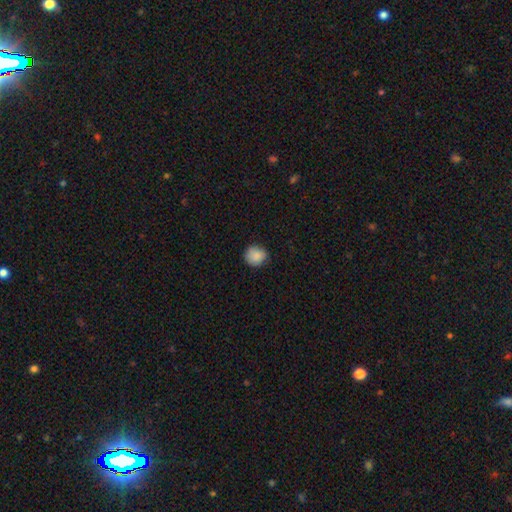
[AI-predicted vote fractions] smooth_or_featured: smooth (p=0.88) [alt: star or artifact p=0.08]
how_rounded: round (p=0.89) [alt: in between p=0.11]
merging: none (p=0.84) [alt: minor disturbance p=0.13]